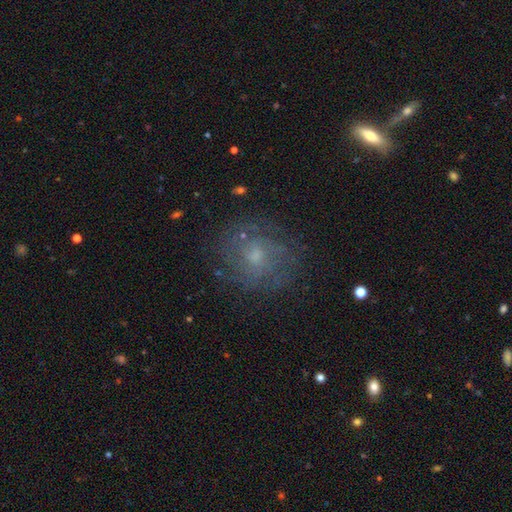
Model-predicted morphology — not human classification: This appears to be a featured or disk galaxy (53%) with no bar (72%), spiral arms (72%) and a small central bulge (50%). Merging: none (76%).